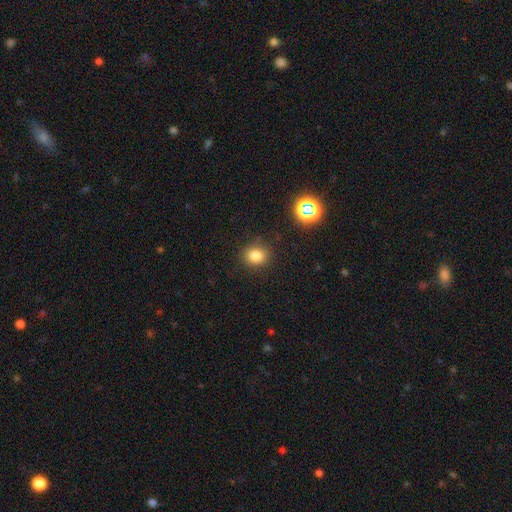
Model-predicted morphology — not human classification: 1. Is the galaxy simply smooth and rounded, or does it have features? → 79% smooth, 14% star or artifact, 6% featured or disk.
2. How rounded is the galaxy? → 73% round, 26% in between, 1% cigar-shaped.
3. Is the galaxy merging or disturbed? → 86% none, 9% minor disturbance, 3% major disturbance, 2% merger.